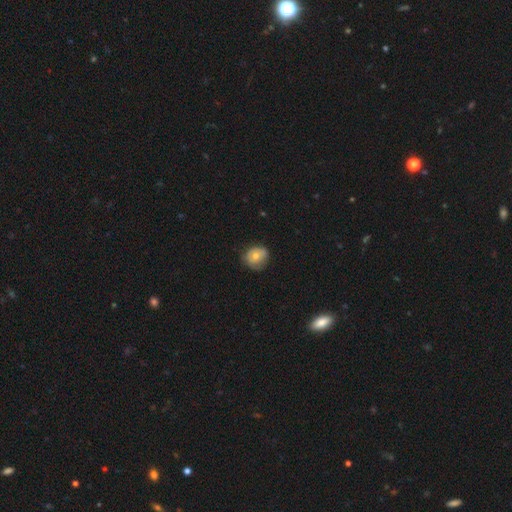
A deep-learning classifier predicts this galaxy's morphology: This appears to be a smooth galaxy with no disk features (66%) that is round (70%). Merging: none (65%).